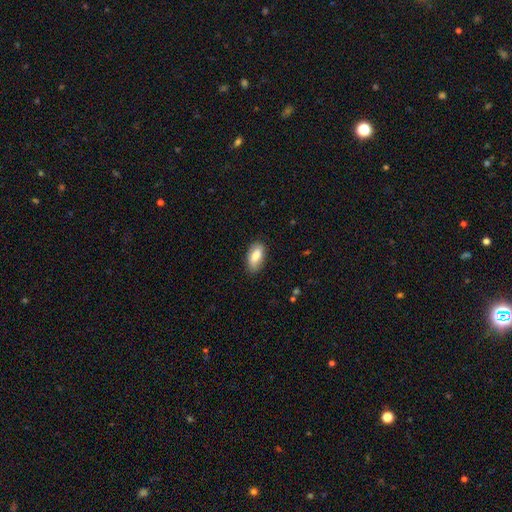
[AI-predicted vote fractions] This is clearly a smooth galaxy (82%). How rounded: clearly in between (91%). Merging: clearly none (81%).